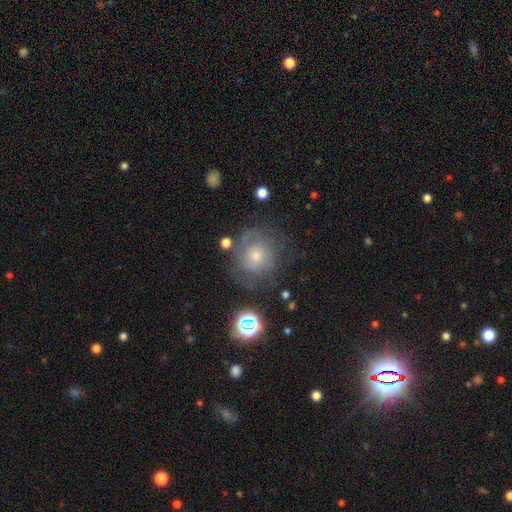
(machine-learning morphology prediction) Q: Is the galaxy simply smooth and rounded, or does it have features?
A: smooth — 43%.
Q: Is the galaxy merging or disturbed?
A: none — 68%.